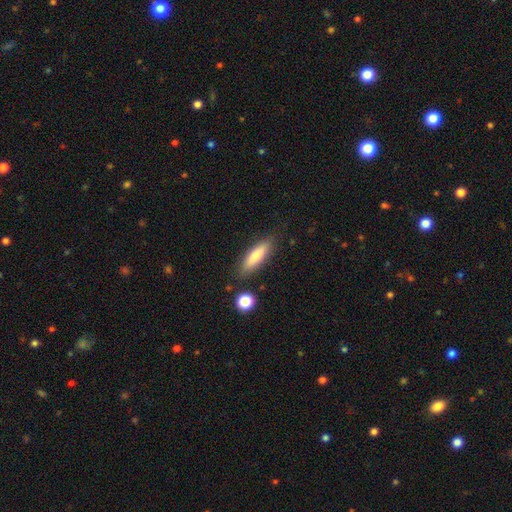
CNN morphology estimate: Overall: smooth (74%). How rounded: cigar-shaped (59%; in between 39%). Merging: none (83%).